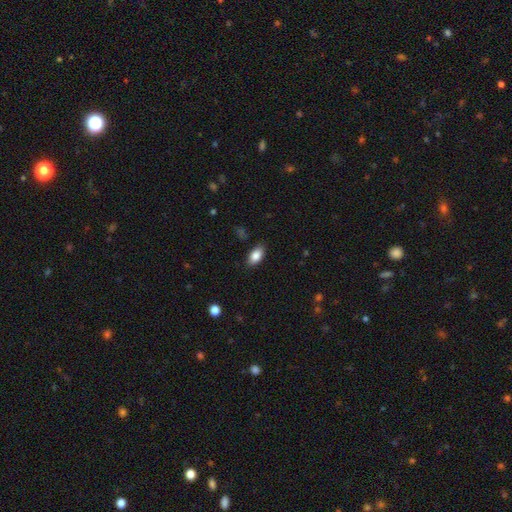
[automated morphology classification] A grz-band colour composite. It shows a smooth galaxy with no disk features (85%) that is in between round and cigar-shaped (91%). Merging: none (85%).